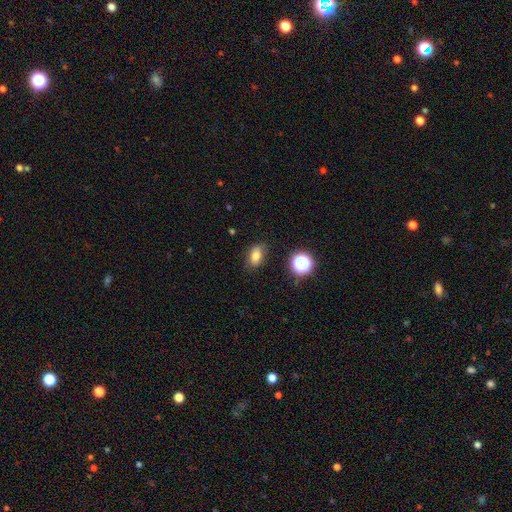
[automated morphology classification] This appears to be a smooth galaxy with no disk features (79%) that is in between round and cigar-shaped (85%). Merging: none (79%).